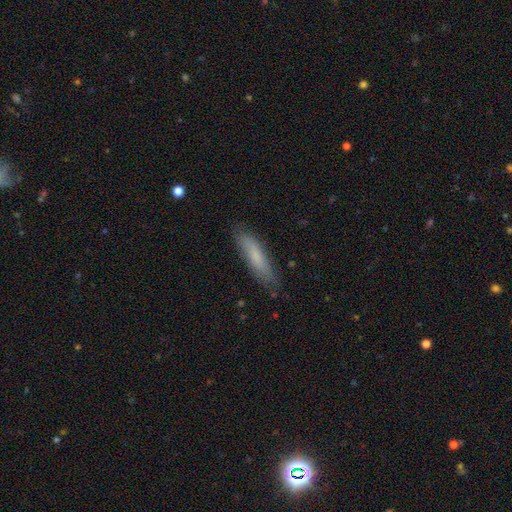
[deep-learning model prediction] A smooth galaxy with no disk features (73%) that is cigar-shaped (78%).

Vote fractions:
- Smooth or featured? smooth: 73% / featured or disk: 20% / star or artifact: 7%
- How rounded? cigar-shaped: 78% / in between: 21% / round: 1%
- Merging? none: 81% / minor disturbance: 15% / major disturbance: 3% / merger: 1%